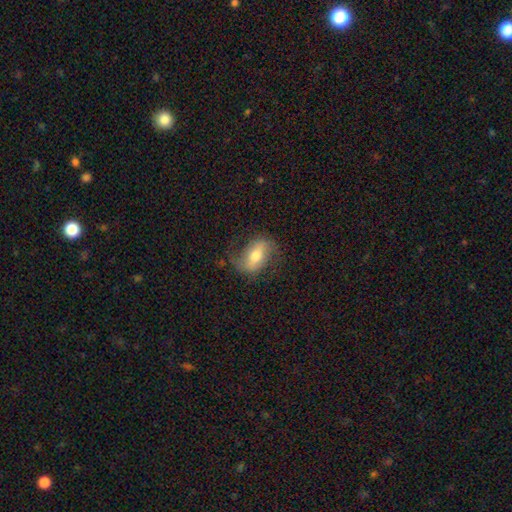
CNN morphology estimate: smooth-or-featured: featured or disk: 53% | smooth: 40% | star or artifact: 7%
  disk-edge-on: no: 87% | yes: 13%
  merging: none: 69% | minor disturbance: 19% | major disturbance: 10% | merger: 1%